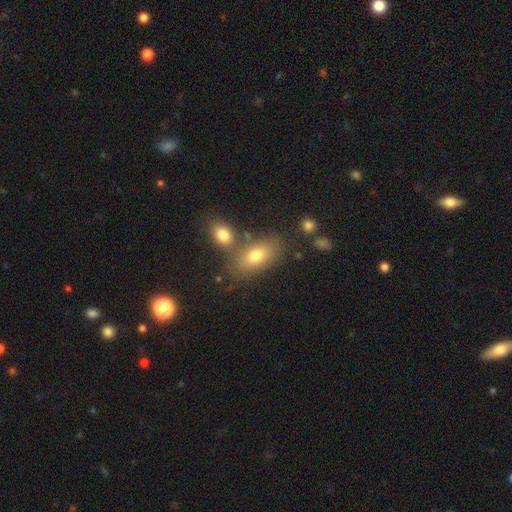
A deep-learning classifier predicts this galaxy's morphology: Smooth or featured? smooth (71%)
How rounded? in between (87%)
Merging? none (64%)